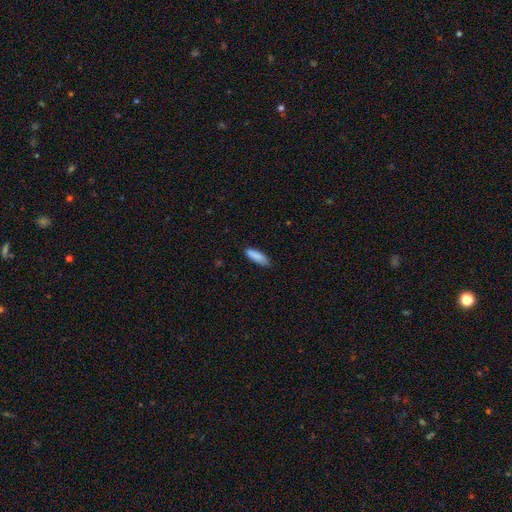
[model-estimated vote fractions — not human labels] smooth 88%, star or artifact 6%, featured or disk 6%. Down the decision tree: how rounded — in between (50%); merging — none (82%).